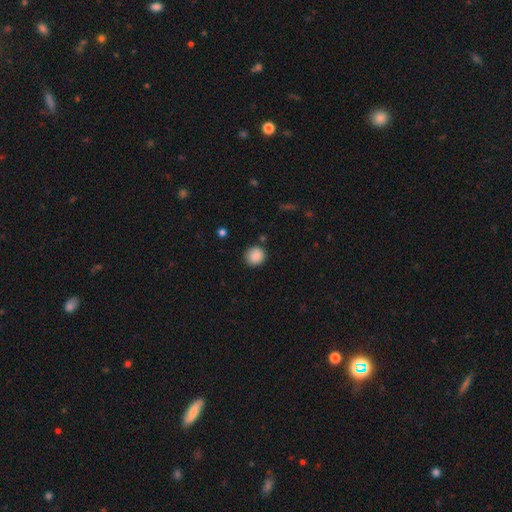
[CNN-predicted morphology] Q: Smooth or featured?
A: smooth (88%); runner-up: star or artifact (8%)
Q: How rounded?
A: round (89%); runner-up: in between (10%)
Q: Merging?
A: none (86%); runner-up: minor disturbance (10%)